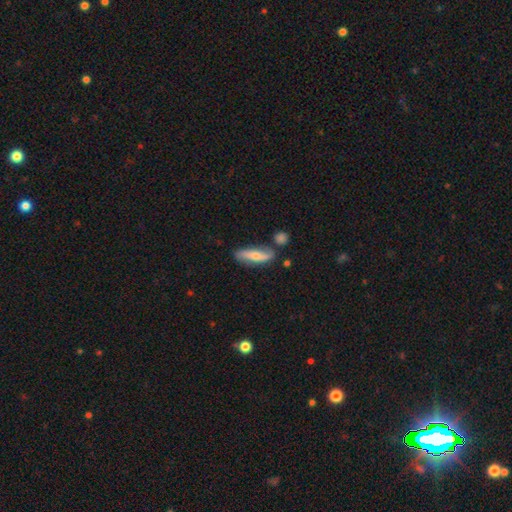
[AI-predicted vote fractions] smooth-or-featured: smooth: 57% | featured or disk: 37% | star or artifact: 6%
  how-rounded: cigar-shaped: 59% | in between: 38% | round: 3%
  merging: none: 68% | minor disturbance: 19% | merger: 8% | major disturbance: 4%